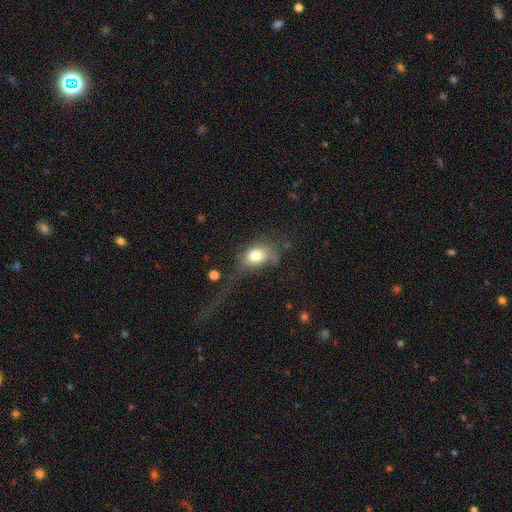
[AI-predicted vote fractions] A smooth galaxy with no disk features (74%) that is in between round and cigar-shaped (68%). Merging: major disturbance (43%).